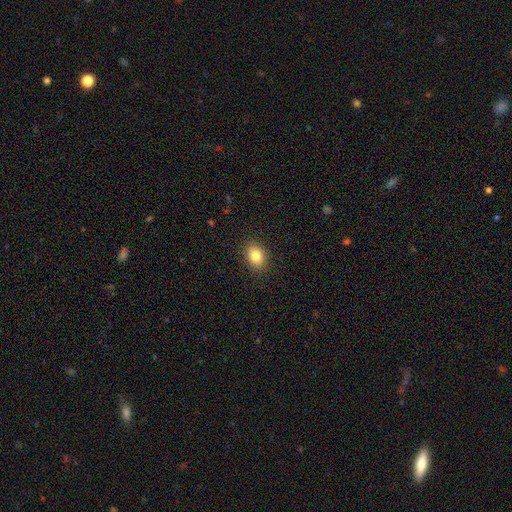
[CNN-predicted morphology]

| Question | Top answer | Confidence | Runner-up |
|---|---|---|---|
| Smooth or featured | smooth | 83% | star or artifact (9%) |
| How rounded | in between | 70% | round (28%) |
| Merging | none | 89% | minor disturbance (8%) |